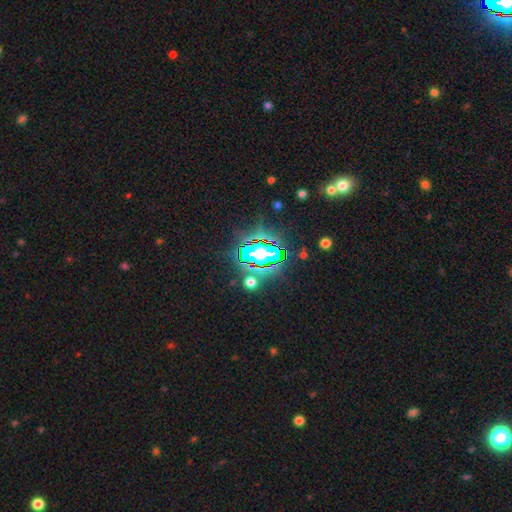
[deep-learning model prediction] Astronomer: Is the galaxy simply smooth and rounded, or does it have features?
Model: star or artifact — 76%.